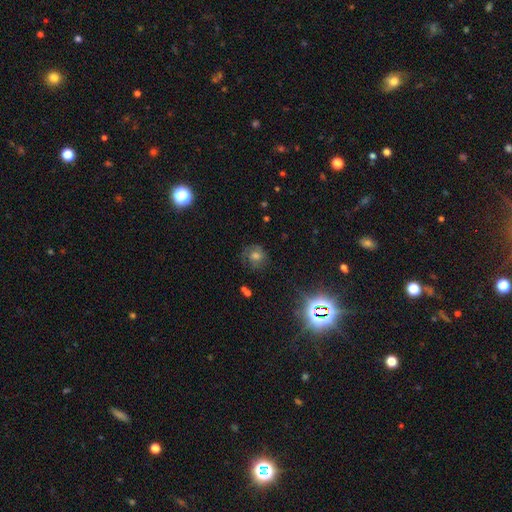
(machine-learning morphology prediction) smooth-or-featured: featured or disk: 38% | smooth: 37% | star or artifact: 25%
  merging: none: 70% | minor disturbance: 18% | major disturbance: 10% | merger: 2%